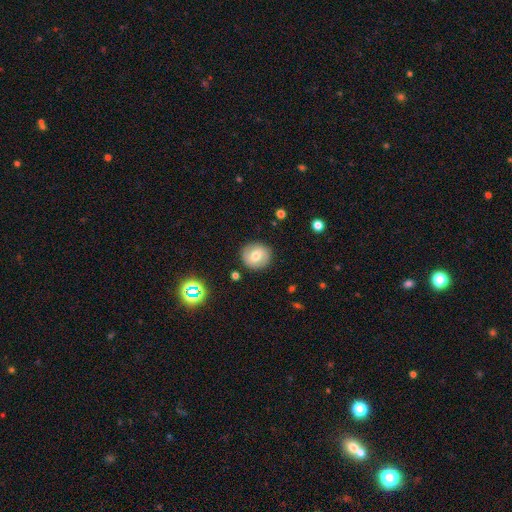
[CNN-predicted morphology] This appears to be a smooth galaxy with no disk features (67%) that is round (89%). Merging: none (88%).